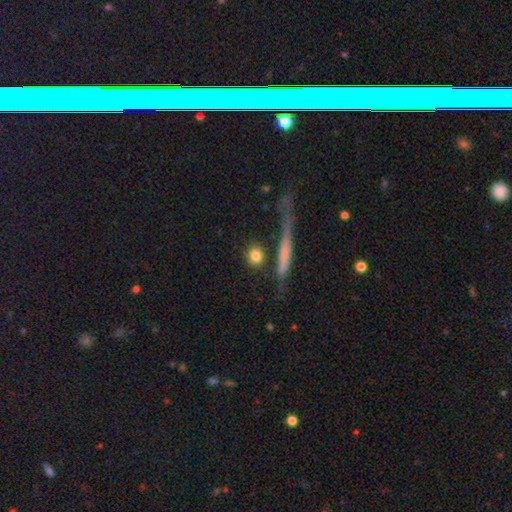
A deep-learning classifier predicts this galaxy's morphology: This appears to be a smooth galaxy with no disk features (80%) that is round (79%). Merging: none (79%).